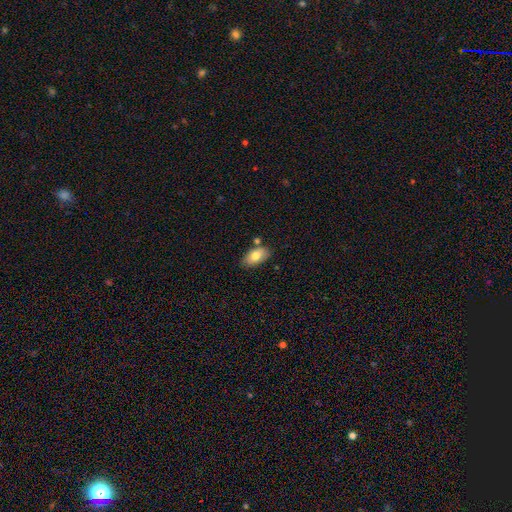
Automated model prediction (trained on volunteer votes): The model was most divided on "merging": none: 74%, minor disturbance: 15%, merger: 8%, major disturbance: 3%. More confident: how rounded — in between (92%); smooth or featured — smooth (77%).